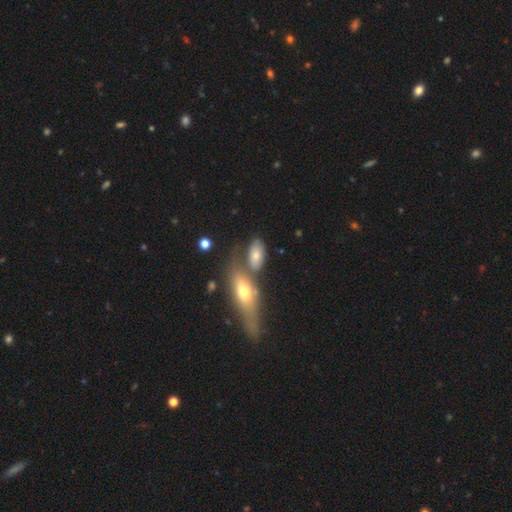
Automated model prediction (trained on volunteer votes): The model was most divided on "merging": none: 46%, merger: 31%, minor disturbance: 15%, major disturbance: 7%. More confident: how rounded — in between (88%); smooth or featured — smooth (70%).